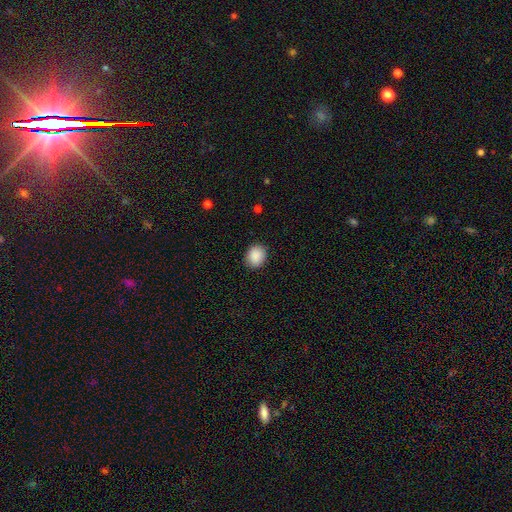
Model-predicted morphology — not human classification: type=smooth (90%); roundness=round (66%); merging=none (88%).